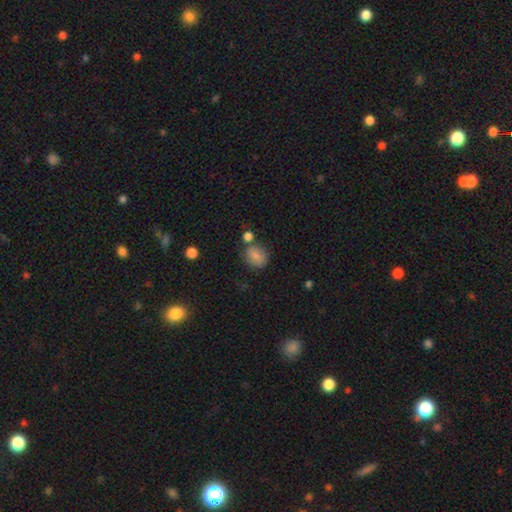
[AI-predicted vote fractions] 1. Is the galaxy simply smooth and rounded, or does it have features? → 82% smooth, 10% star or artifact, 8% featured or disk.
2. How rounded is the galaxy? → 69% round, 30% in between, 1% cigar-shaped.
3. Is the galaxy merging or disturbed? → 68% none, 15% minor disturbance, 13% merger, 4% major disturbance.